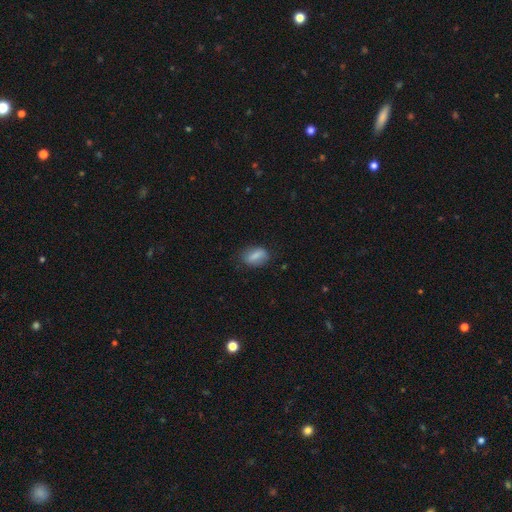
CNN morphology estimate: Smooth or featured: smooth — 78% (featured or disk — 14%)
How rounded: in between — 82% (round — 12%)
Merging: none — 77% (minor disturbance — 17%)